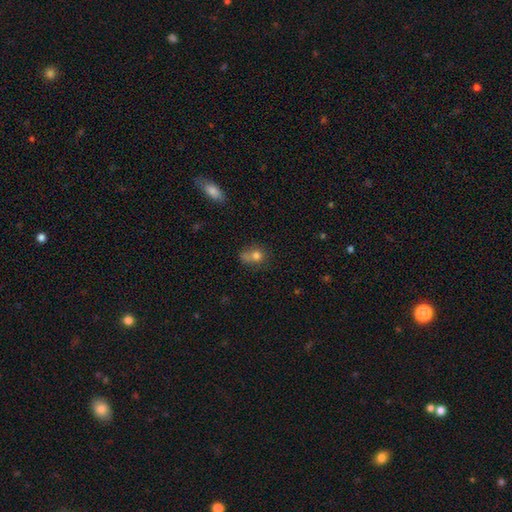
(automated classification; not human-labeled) smooth_or_featured: smooth (p=0.75) [alt: star or artifact p=0.12]
how_rounded: round (p=0.63) [alt: in between p=0.36]
merging: none (p=0.40) [alt: merger p=0.29]